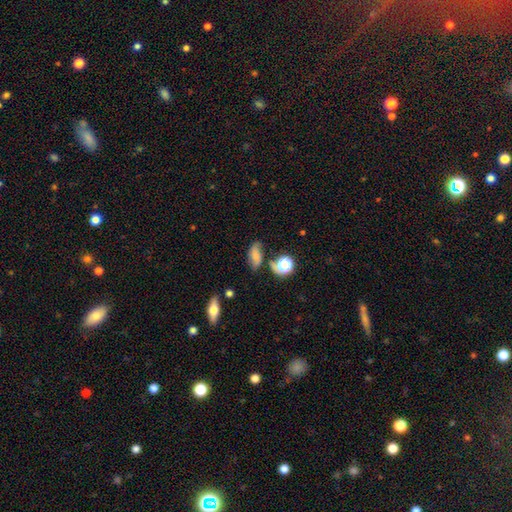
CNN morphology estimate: smooth 64%, featured or disk 22%, star or artifact 14%. Down the decision tree: how rounded — in between (82%); merging — none (55%).